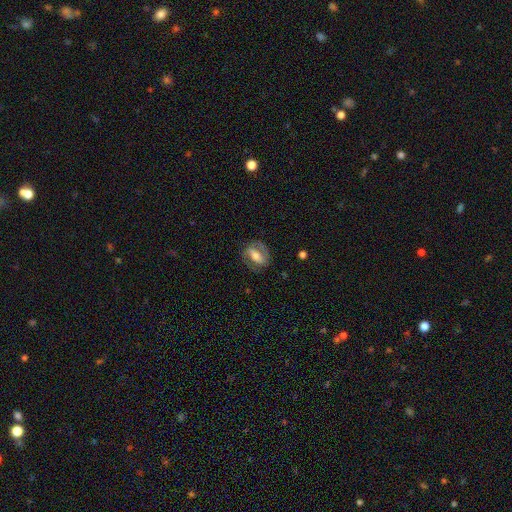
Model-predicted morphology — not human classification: A featured or disk galaxy (65%) with a strong bar (50%), spiral arms (75%) and a moderate central bulge (57%). Merging: none (73%).